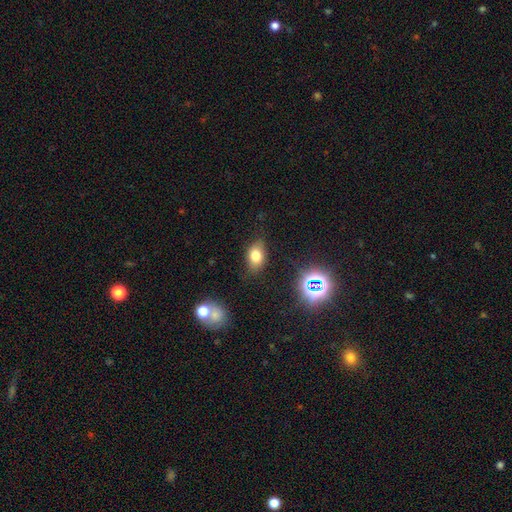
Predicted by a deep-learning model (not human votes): The model was most divided on "smooth or featured": smooth: 72%, star or artifact: 14%, featured or disk: 13%. More confident: how rounded — in between (82%); merging — none (79%).